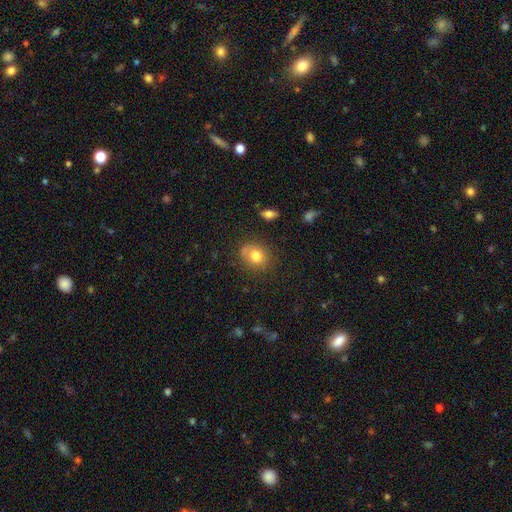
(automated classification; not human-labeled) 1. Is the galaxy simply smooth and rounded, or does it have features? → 77% smooth, 13% featured or disk, 11% star or artifact.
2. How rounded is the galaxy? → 65% round, 34% in between, 1% cigar-shaped.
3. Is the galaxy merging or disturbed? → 67% none, 20% minor disturbance, 7% major disturbance, 6% merger.